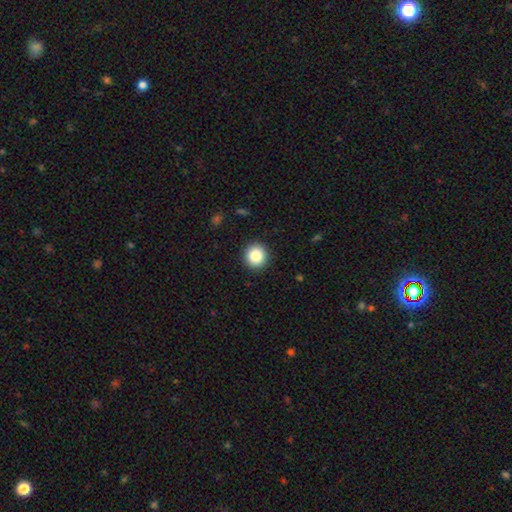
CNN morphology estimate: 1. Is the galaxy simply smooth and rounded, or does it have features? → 86% smooth, 9% star or artifact, 5% featured or disk.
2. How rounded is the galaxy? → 92% round, 7% in between, 1% cigar-shaped.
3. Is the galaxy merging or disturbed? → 92% none, 5% minor disturbance, 2% major disturbance, 1% merger.